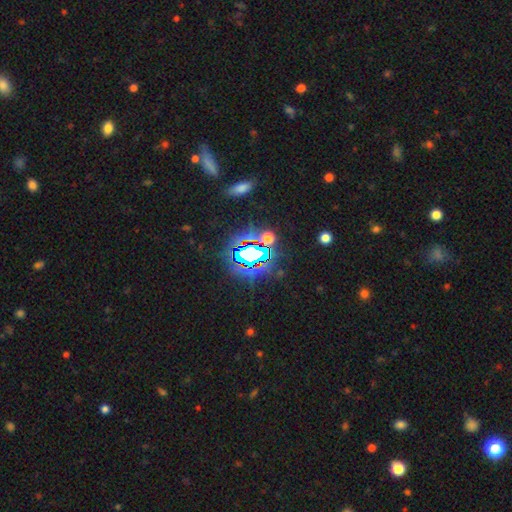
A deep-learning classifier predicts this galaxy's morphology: The model was most divided on "smooth or featured": star or artifact: 76%, smooth: 14%, featured or disk: 10%.